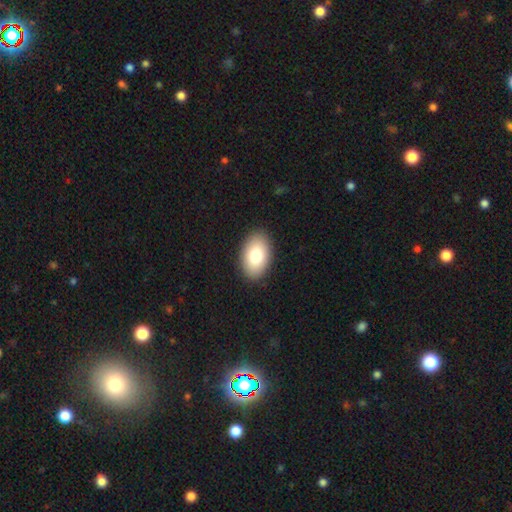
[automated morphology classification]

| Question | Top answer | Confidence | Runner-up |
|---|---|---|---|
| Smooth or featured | smooth | 80% | featured or disk (13%) |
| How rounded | in between | 90% | round (8%) |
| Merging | none | 90% | minor disturbance (7%) |